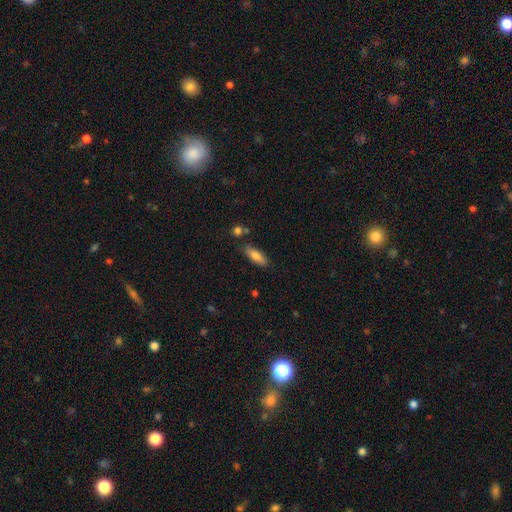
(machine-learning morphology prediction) Smooth or featured?
  - smooth: 78% *
  - featured or disk: 16%
  - star or artifact: 7%
How rounded?
  - in between: 60% *
  - cigar-shaped: 37%
  - round: 2%
Merging?
  - none: 81% *
  - minor disturbance: 12%
  - merger: 5%
  - major disturbance: 3%